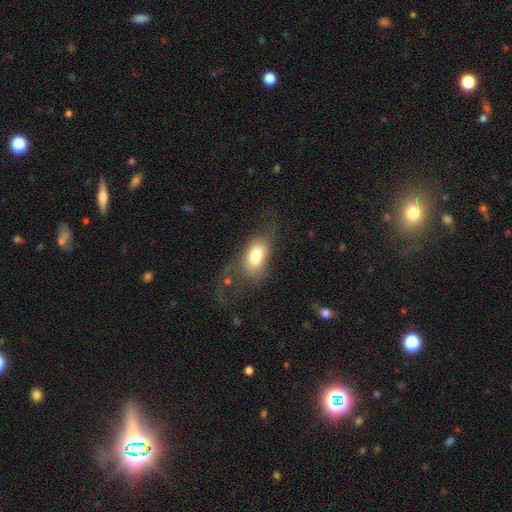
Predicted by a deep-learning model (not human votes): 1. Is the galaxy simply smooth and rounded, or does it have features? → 70% smooth, 22% featured or disk, 8% star or artifact.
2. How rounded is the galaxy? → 87% in between, 8% round, 5% cigar-shaped.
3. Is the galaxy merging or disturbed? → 38% major disturbance (tied), 38% none (tied), 20% minor disturbance, 4% merger.